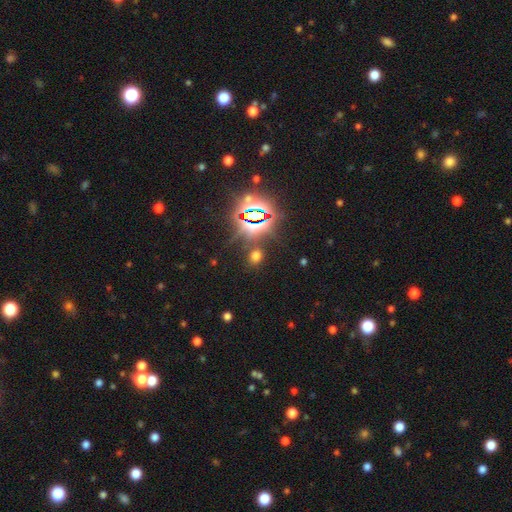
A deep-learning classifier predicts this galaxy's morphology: A smooth galaxy with no disk features (51%) that is round (60%). Merging: none (83%).